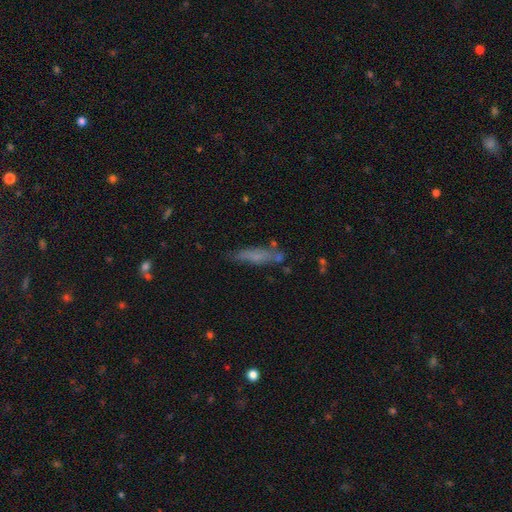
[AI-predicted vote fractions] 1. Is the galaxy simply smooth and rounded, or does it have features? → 64% smooth, 26% featured or disk, 10% star or artifact.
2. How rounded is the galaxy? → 75% cigar-shaped, 23% in between, 2% round.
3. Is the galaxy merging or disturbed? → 64% none, 21% minor disturbance, 7% major disturbance, 7% merger.